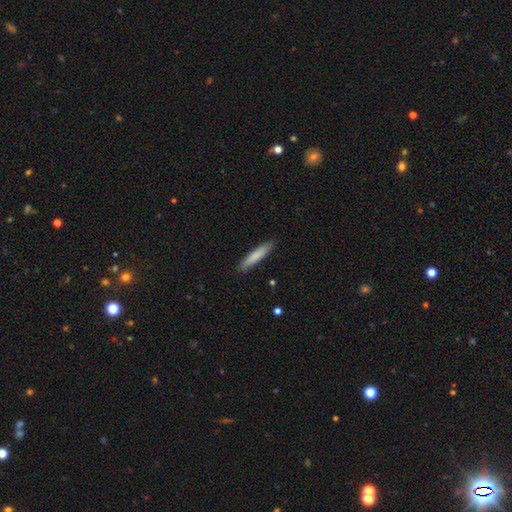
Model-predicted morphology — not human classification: Smooth or featured: smooth — 81% (featured or disk — 14%)
How rounded: cigar-shaped — 90% (in between — 9%)
Merging: none — 89% (minor disturbance — 9%)